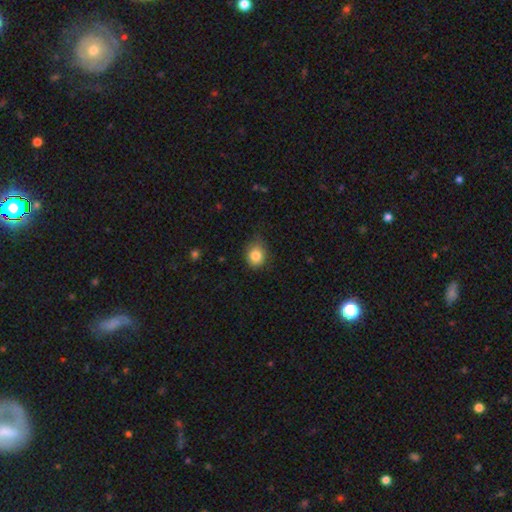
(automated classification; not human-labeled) smooth-or-featured: smooth: 83% | star or artifact: 10% | featured or disk: 7%
  how-rounded: round: 66% | in between: 33% | cigar-shaped: 1%
  merging: none: 67% | minor disturbance: 26% | major disturbance: 5% | merger: 1%